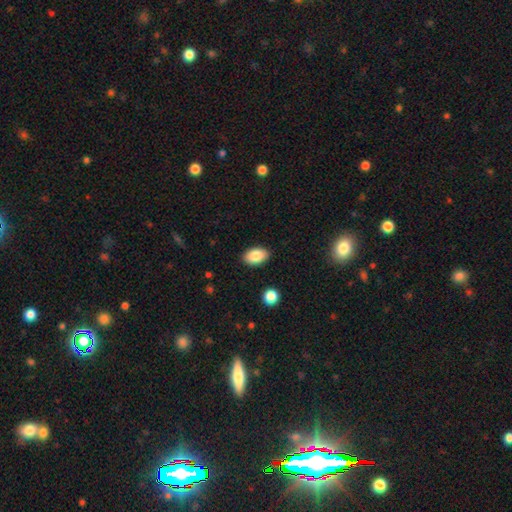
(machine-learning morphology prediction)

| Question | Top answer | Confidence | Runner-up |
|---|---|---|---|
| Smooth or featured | smooth | 86% | star or artifact (7%) |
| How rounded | in between | 90% | round (8%) |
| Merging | none | 88% | minor disturbance (8%) |